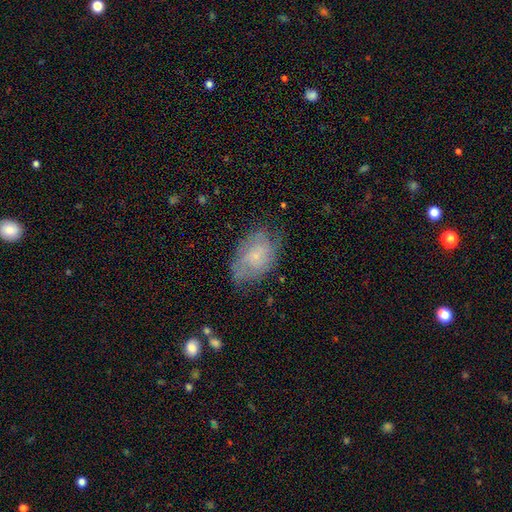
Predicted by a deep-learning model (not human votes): Smooth or featured?
  - featured or disk: 45% * (tied)
  - smooth: 45% * (tied)
  - star or artifact: 10%
Merging?
  - none: 59% *
  - minor disturbance: 28%
  - major disturbance: 11%
  - merger: 2%